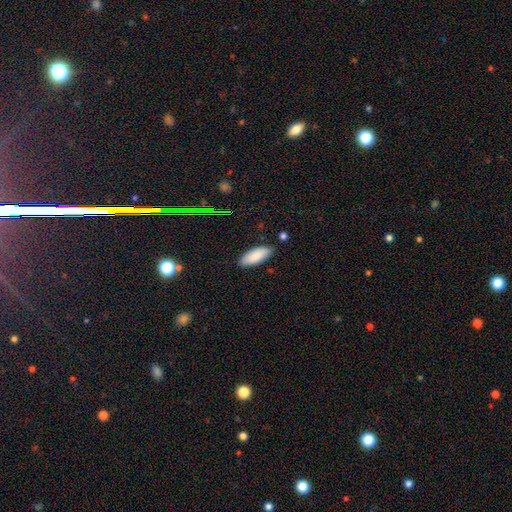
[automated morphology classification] A smooth galaxy with no disk features (87%) that is in between round and cigar-shaped (79%).

Vote fractions:
- Smooth or featured? smooth: 87% / featured or disk: 7% / star or artifact: 6%
- How rounded? in between: 79% / cigar-shaped: 19% / round: 2%
- Merging? none: 85% / minor disturbance: 12% / major disturbance: 2% / merger: 2%